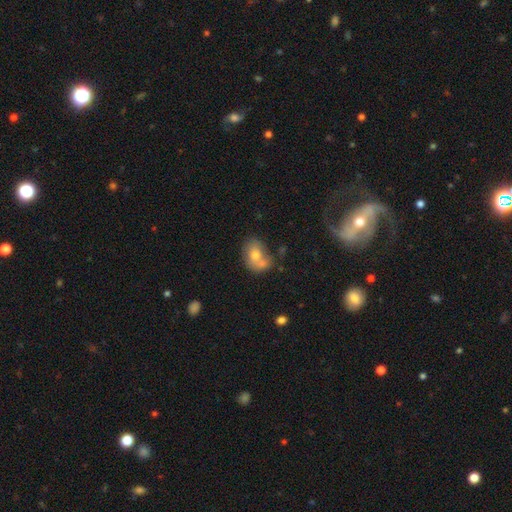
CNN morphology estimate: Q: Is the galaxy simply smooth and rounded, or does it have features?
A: smooth — 63%.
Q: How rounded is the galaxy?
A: in between — 66%.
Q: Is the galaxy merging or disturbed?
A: merger — 43%.